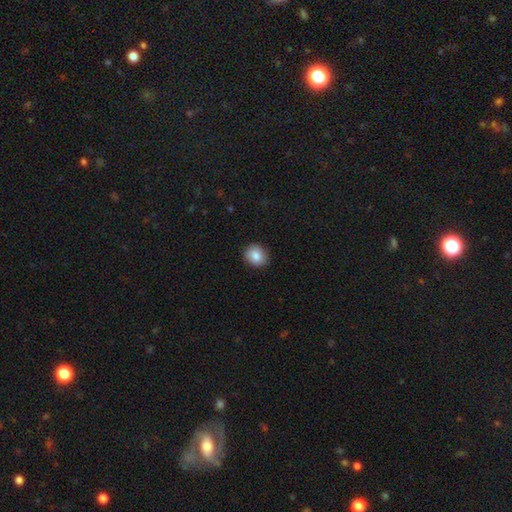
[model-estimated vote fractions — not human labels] A smooth galaxy with no disk features (85%) that is round (67%).

Vote fractions:
- Smooth or featured? smooth: 85% / star or artifact: 8% / featured or disk: 7%
- How rounded? round: 67% / in between: 32% / cigar-shaped: 1%
- Merging? none: 89% / minor disturbance: 8% / major disturbance: 2% / merger: 1%